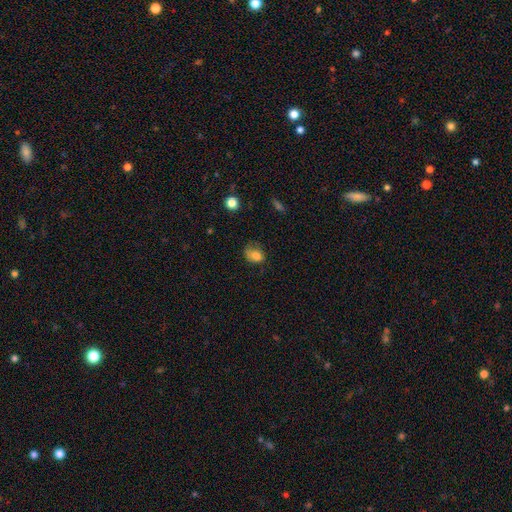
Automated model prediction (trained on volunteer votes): The model was most divided on "merging": none: 40%, minor disturbance: 35%, major disturbance: 23%, merger: 2%. More confident: smooth or featured — smooth (79%); how rounded — in between (66%).